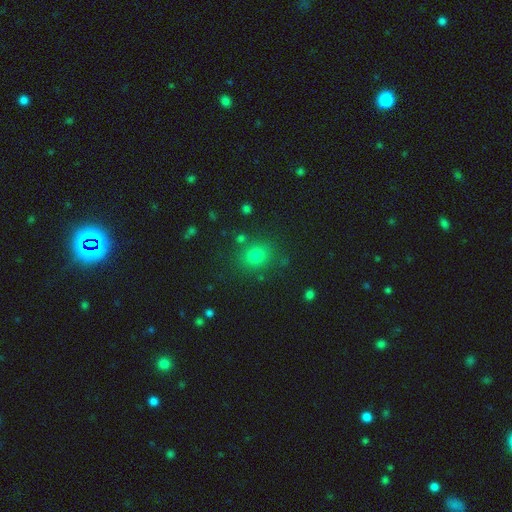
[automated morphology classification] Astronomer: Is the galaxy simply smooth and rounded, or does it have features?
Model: smooth — 75%.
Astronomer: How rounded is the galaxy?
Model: round — 67%.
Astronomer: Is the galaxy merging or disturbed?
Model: none — 81%.